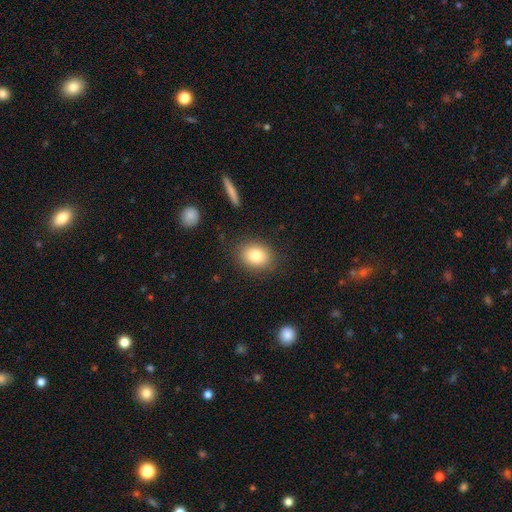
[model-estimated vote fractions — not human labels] smooth 81%, featured or disk 10%, star or artifact 9%. Down the decision tree: how rounded — in between (55%); merging — none (84%).